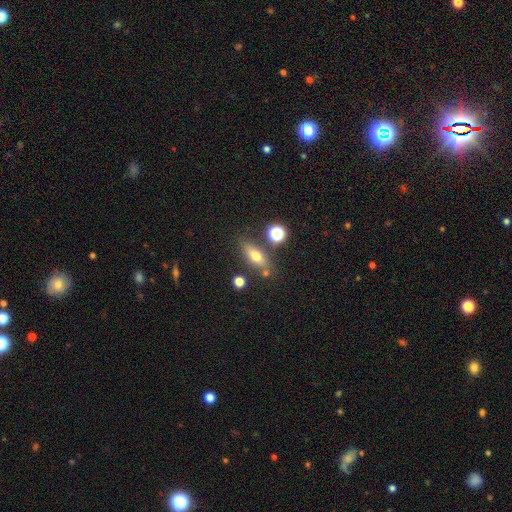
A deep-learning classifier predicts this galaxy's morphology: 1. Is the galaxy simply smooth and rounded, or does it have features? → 63% smooth, 25% featured or disk, 12% star or artifact.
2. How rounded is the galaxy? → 62% in between, 28% cigar-shaped, 10% round.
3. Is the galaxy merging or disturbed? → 72% none, 14% minor disturbance, 9% merger, 5% major disturbance.